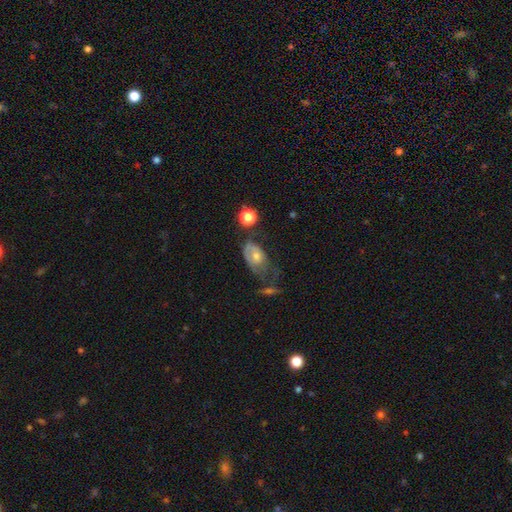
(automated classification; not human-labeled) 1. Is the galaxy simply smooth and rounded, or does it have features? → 50% featured or disk, 38% smooth, 12% star or artifact.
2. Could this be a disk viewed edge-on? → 92% no, 8% yes.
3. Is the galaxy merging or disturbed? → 33% major disturbance, 29% none, 26% minor disturbance, 12% merger.